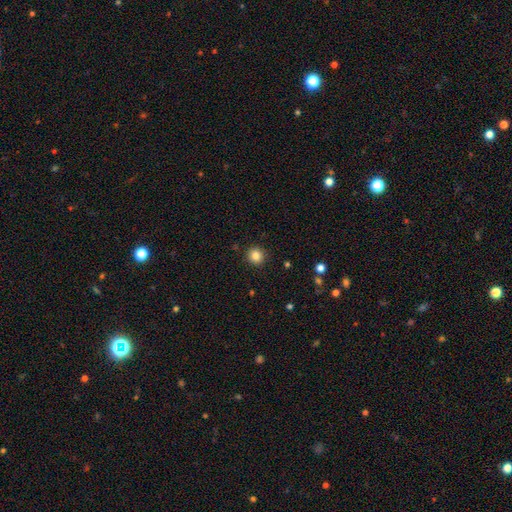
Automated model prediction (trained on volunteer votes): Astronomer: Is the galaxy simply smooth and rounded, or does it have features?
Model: smooth — 84%.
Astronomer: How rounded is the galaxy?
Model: round — 92%.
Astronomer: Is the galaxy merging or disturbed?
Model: none — 92%.